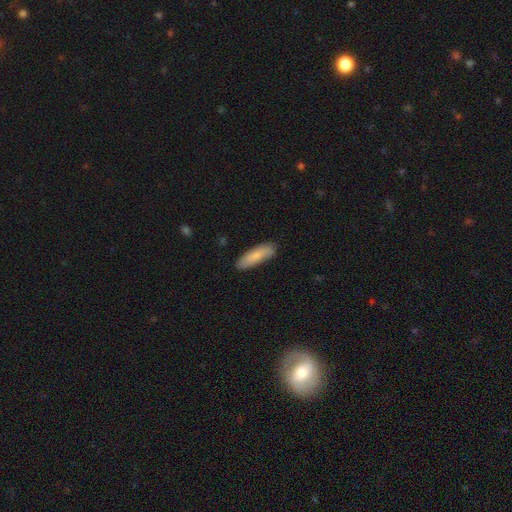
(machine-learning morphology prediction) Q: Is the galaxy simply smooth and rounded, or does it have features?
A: smooth — 80%.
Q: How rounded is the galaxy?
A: cigar-shaped — 55%.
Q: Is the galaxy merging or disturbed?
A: none — 84%.